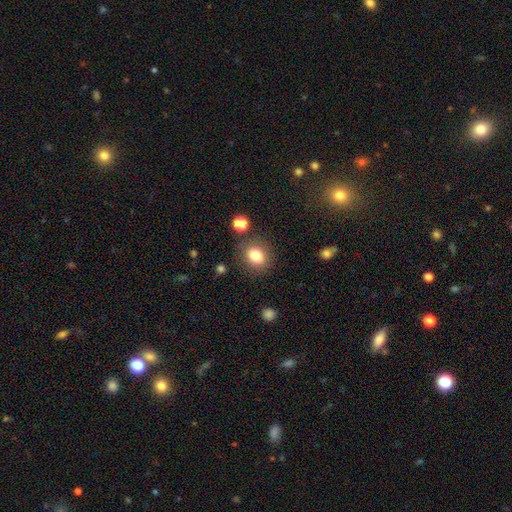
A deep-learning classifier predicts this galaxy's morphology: This appears to be a smooth galaxy with no disk features (82%) that is round (68%). Merging: none (83%).